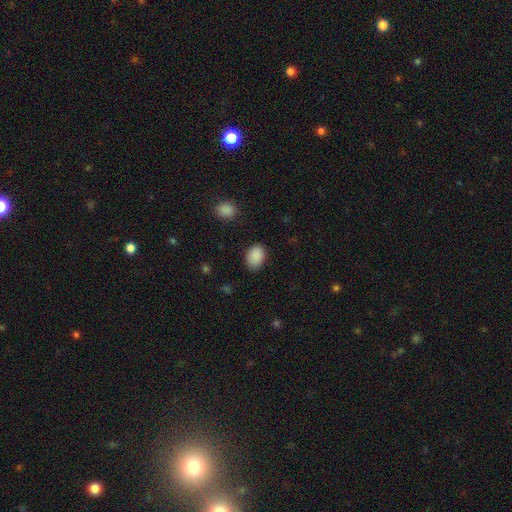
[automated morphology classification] Q: Smooth or featured?
A: smooth (89%); runner-up: star or artifact (7%)
Q: How rounded?
A: in between (74%); runner-up: round (25%)
Q: Merging?
A: none (83%); runner-up: minor disturbance (12%)